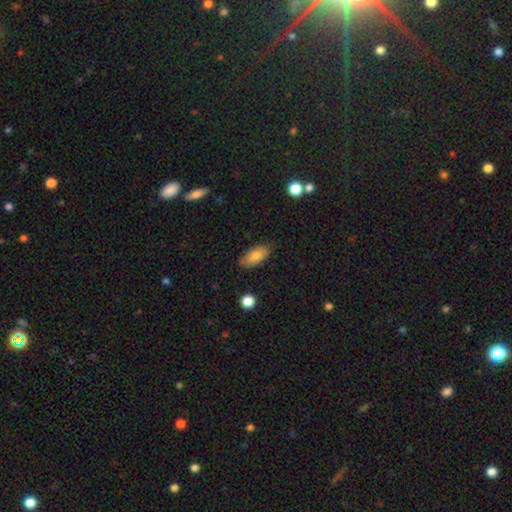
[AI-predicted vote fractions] Smooth or featured? smooth (80%)
How rounded? in between (88%)
Merging? none (82%)